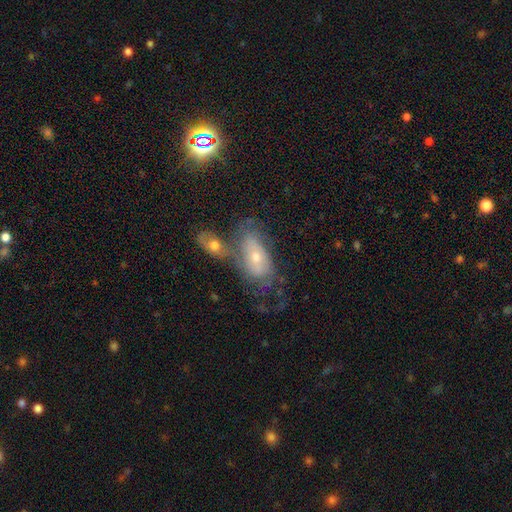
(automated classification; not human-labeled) Overall: featured or disk (58%; smooth 30%). Edge-on disk: no (90%). Bar: no (75%). Spiral arms: yes (66%; no 34%). Bulge size: small (48%; moderate 47%). Merging: none (36%; merger 32%).